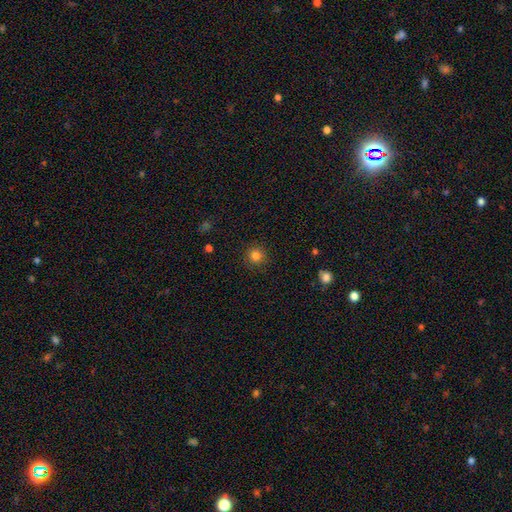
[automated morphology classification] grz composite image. It shows a smooth galaxy with no disk features (83%) that is round (93%). Merging: none (90%).